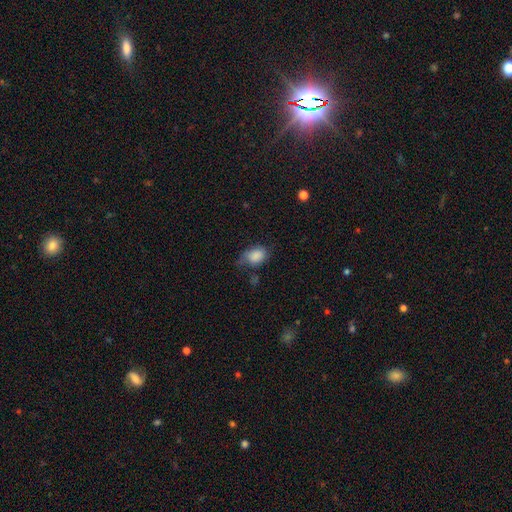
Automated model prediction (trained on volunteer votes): A smooth galaxy with no disk features (84%) that is in between round and cigar-shaped (74%). Merging: none (45%).